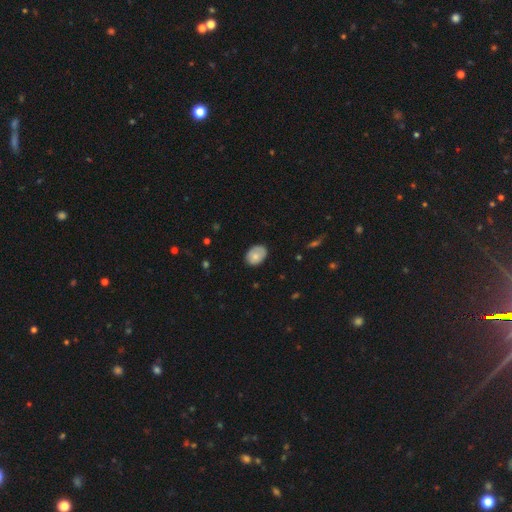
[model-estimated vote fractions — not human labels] Morphology: type=smooth (79%); roundness=in between (71%); merging=none (76%).